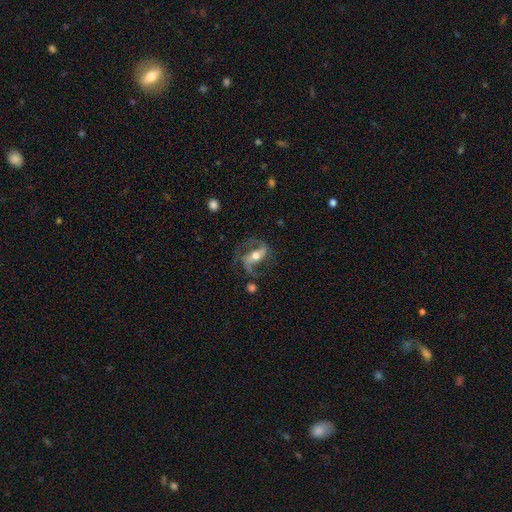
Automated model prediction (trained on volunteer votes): A featured or disk galaxy (84%) with a strong bar (50%), 2 (86%) medium (46%) spiral arms (93%) and a moderate central bulge (67%).

Vote fractions:
- Smooth or featured? featured or disk: 84% / smooth: 10% / star or artifact: 6%
- Edge-on disk? no: 94% / yes: 6%
- Bar? strong: 50% / weak: 30% / no: 21%
- Spiral arms? yes: 93% / no: 7%
- Spiral winding? medium: 46% / loose: 39% / tight: 15%
- Spiral arm count? 2: 86% / 1: 5% / can't tell: 4% / 3: 2% / 4: 1% / more than 4: 1%
- Bulge size? moderate: 67% / small: 23% / large: 7% / none: 1% / dominant: 1%
- Merging? none: 61% / major disturbance: 18% / minor disturbance: 17% / merger: 4%